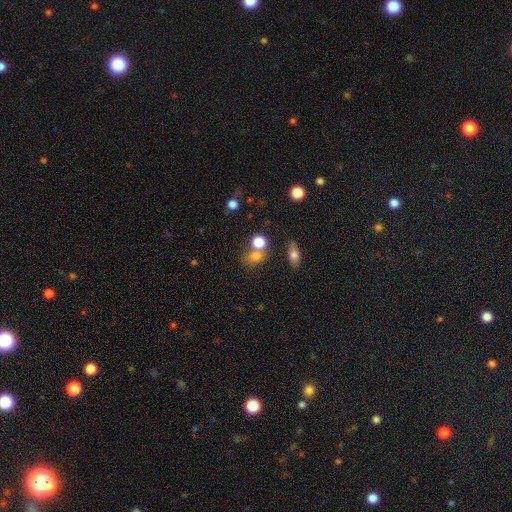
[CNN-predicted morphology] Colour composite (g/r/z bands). It shows a smooth galaxy with no disk features (76%) that is round (59%). Merging: none (50%).